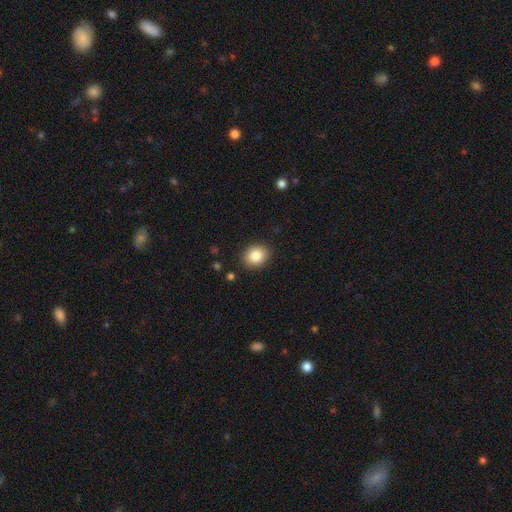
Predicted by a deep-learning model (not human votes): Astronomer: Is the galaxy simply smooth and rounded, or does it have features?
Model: smooth — 85%.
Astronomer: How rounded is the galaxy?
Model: round — 55% (runner-up: in between, 45%).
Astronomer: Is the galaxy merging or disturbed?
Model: none — 89%.